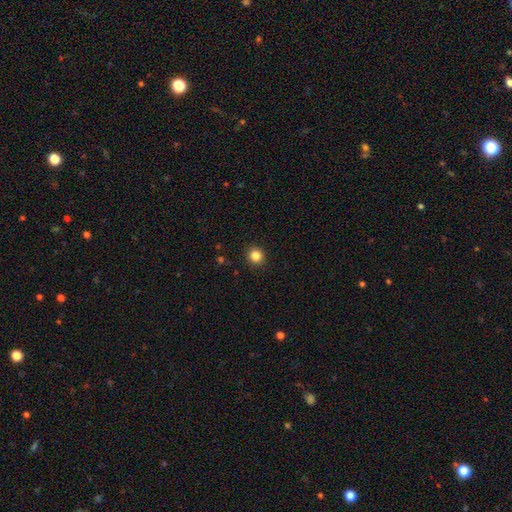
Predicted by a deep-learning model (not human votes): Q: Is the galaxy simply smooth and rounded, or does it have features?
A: smooth — 85%.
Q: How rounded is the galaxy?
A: round — 88%.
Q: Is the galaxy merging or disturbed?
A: none — 92%.